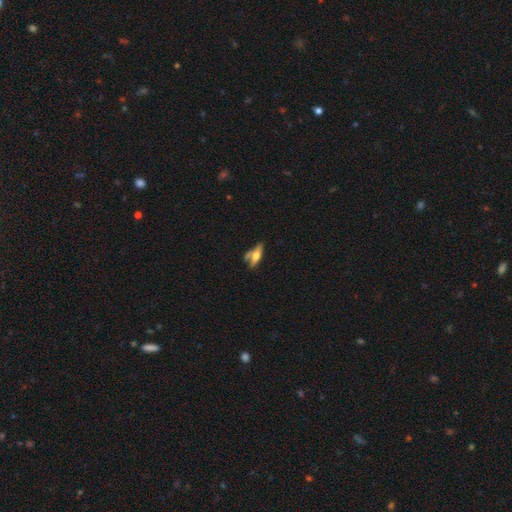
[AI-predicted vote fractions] The model was most divided on "smooth or featured": featured or disk: 47%, smooth: 45%, star or artifact: 8%. Remaining: merging — none (46%).